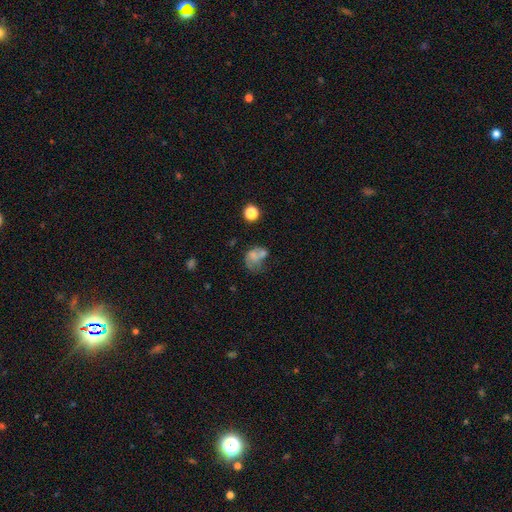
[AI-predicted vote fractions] Q: Smooth or featured?
A: smooth (53%); runner-up: featured or disk (33%)
Q: How rounded?
A: in between (58%); runner-up: round (40%)
Q: Merging?
A: merger (29%); runner-up: major disturbance (28%)